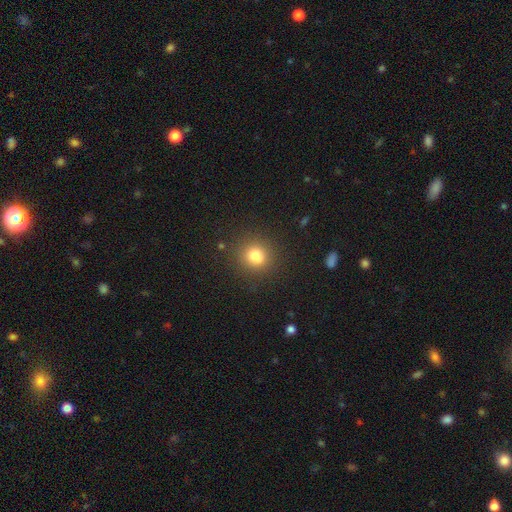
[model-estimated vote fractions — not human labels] Smooth or featured: smooth — 80% (star or artifact — 13%)
How rounded: round — 83% (in between — 16%)
Merging: none — 85% (minor disturbance — 9%)